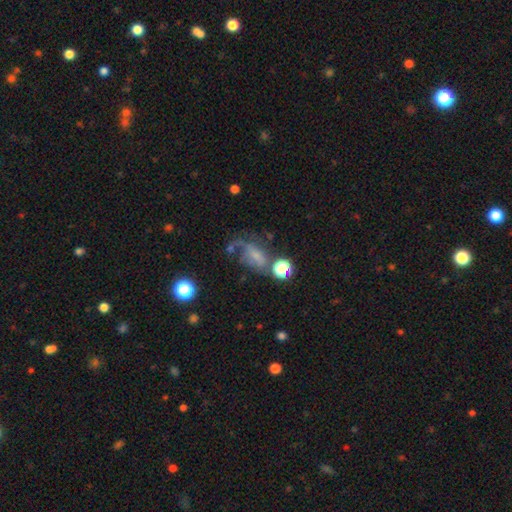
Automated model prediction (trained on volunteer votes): A featured or disk galaxy (42%).

Vote fractions:
- Smooth or featured? featured or disk: 42% / smooth: 37% / star or artifact: 20%
- Merging? major disturbance: 38% / none: 29% / minor disturbance: 20% / merger: 13%